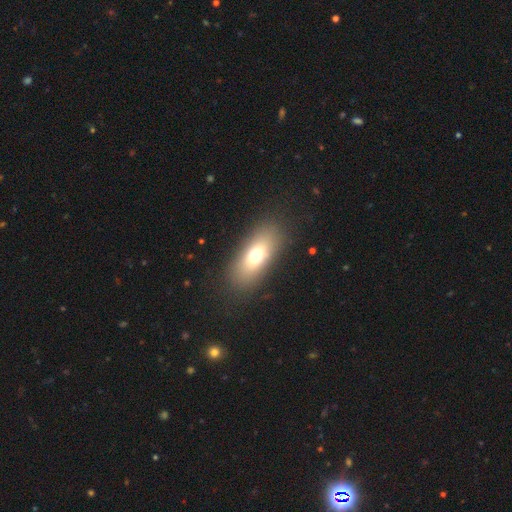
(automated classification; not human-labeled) smooth-or-featured: smooth: 69% | featured or disk: 20% | star or artifact: 11%
  how-rounded: in between: 78% | cigar-shaped: 16% | round: 6%
  merging: none: 84% | minor disturbance: 9% | major disturbance: 5% | merger: 1%